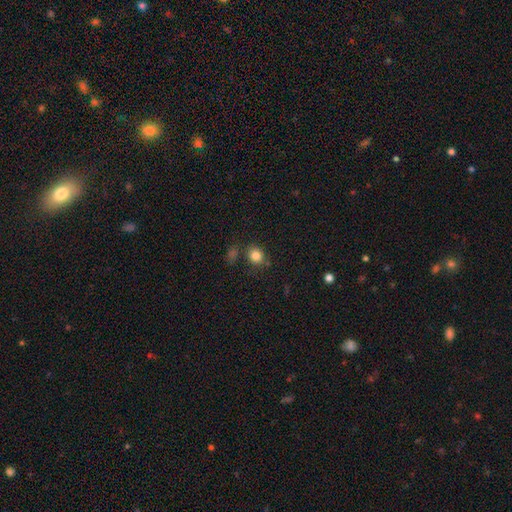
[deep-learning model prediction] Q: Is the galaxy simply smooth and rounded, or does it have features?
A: smooth — 83%.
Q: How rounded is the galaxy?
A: round — 70%.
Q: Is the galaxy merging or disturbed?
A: none — 75%.